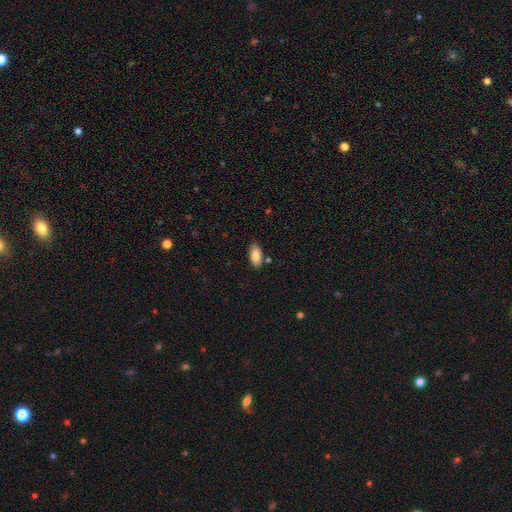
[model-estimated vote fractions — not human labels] smooth 88%, star or artifact 7%, featured or disk 5%. Down the decision tree: how rounded — in between (89%); merging — none (79%).